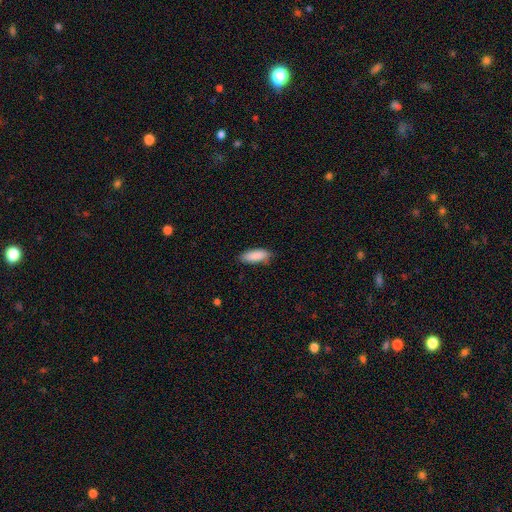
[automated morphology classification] The model was most divided on "how rounded": in between: 71%, cigar-shaped: 27%, round: 2%. More confident: smooth or featured — smooth (89%); merging — none (81%).